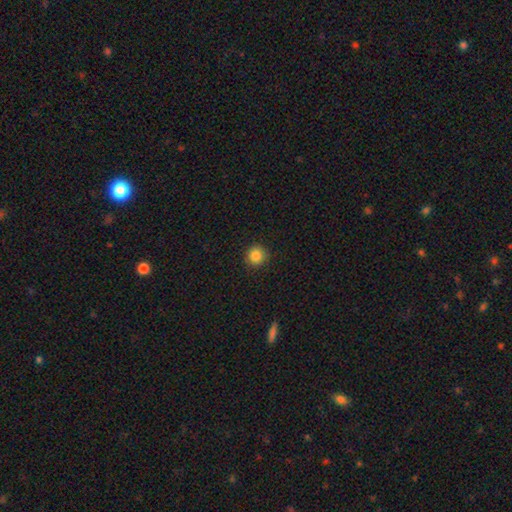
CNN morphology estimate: smooth_or_featured: smooth (p=0.85) [alt: star or artifact p=0.10]
how_rounded: round (p=0.94) [alt: in between p=0.05]
merging: none (p=0.91) [alt: minor disturbance p=0.06]